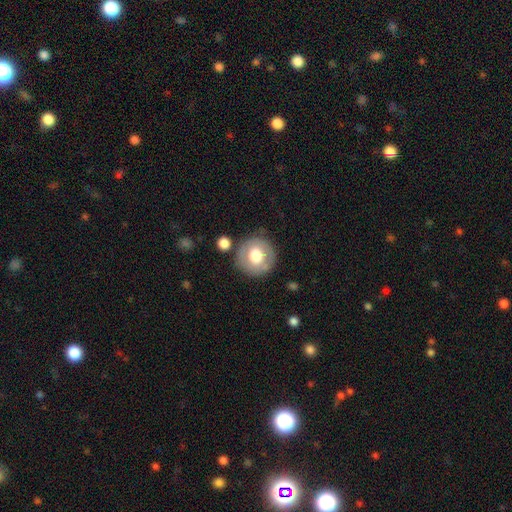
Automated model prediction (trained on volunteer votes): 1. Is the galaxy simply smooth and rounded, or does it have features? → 65% smooth, 27% featured or disk, 8% star or artifact.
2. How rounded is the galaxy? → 94% round, 5% in between, 1% cigar-shaped.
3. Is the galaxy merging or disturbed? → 80% none, 12% minor disturbance, 4% merger, 4% major disturbance.